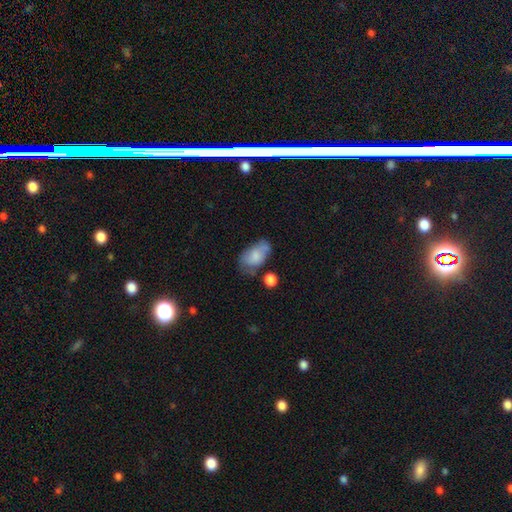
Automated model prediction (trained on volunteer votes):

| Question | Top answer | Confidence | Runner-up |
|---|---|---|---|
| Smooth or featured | smooth | 72% | featured or disk (20%) |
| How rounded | in between | 91% | round (7%) |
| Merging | none | 41% | minor disturbance (30%) |